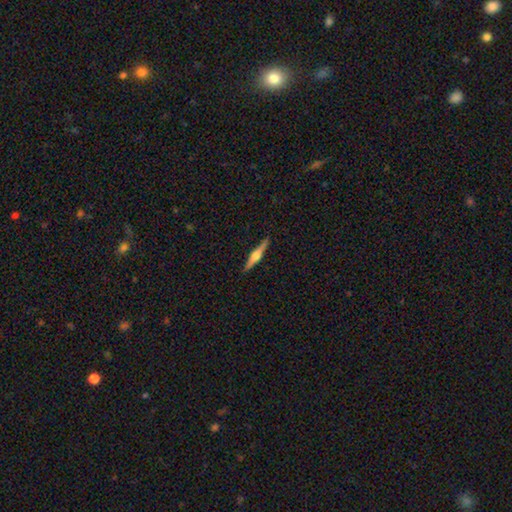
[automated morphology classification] The model was most divided on "smooth or featured": featured or disk: 74%, smooth: 21%, star or artifact: 6%. More confident: edge-on disk — yes (98%); edge-on bulge — rounded (92%); merging — none (91%).